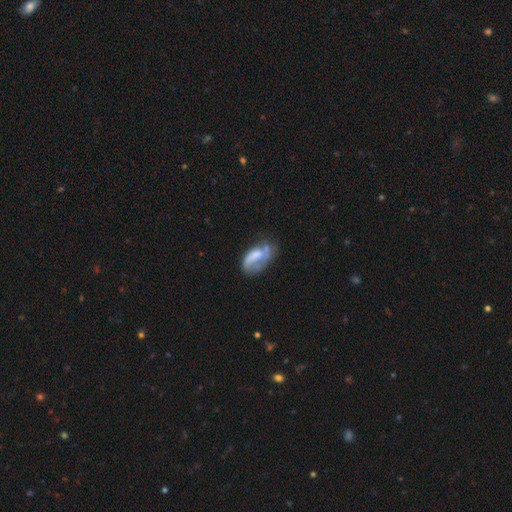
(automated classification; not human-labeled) Q: Smooth or featured?
A: featured or disk (50%); runner-up: smooth (42%)
Q: Edge-on disk?
A: no (95%); runner-up: yes (5%)
Q: Merging?
A: none (35%); runner-up: major disturbance (31%)